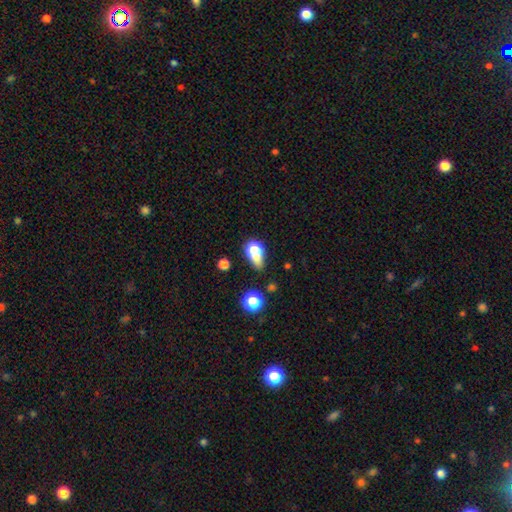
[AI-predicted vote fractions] The model was most divided on "merging": none: 34%, merger: 29%, minor disturbance: 21%, major disturbance: 16%. More confident: smooth or featured — smooth (68%); how rounded — in between (60%).